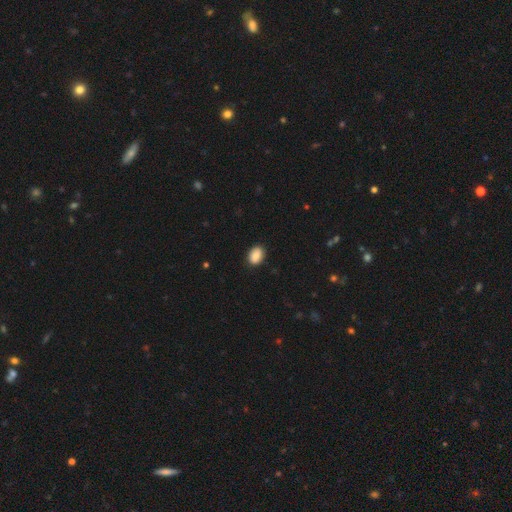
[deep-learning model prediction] This is clearly a smooth galaxy (88%). How rounded: likely in between (76%). Merging: clearly none (87%).